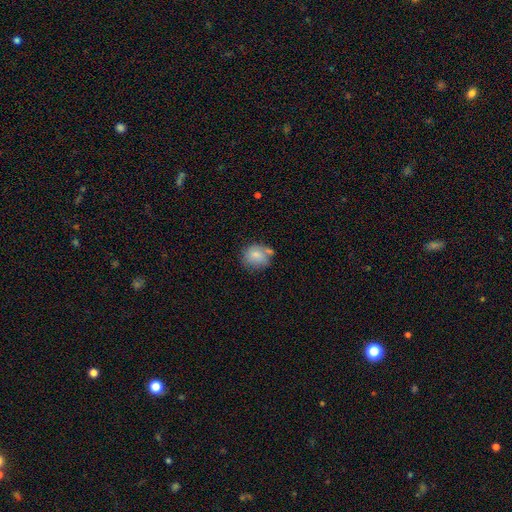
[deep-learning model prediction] The model was most divided on "merging": none: 52%, minor disturbance: 25%, merger: 15%, major disturbance: 8%. More confident: smooth or featured — smooth (77%); how rounded — round (66%).